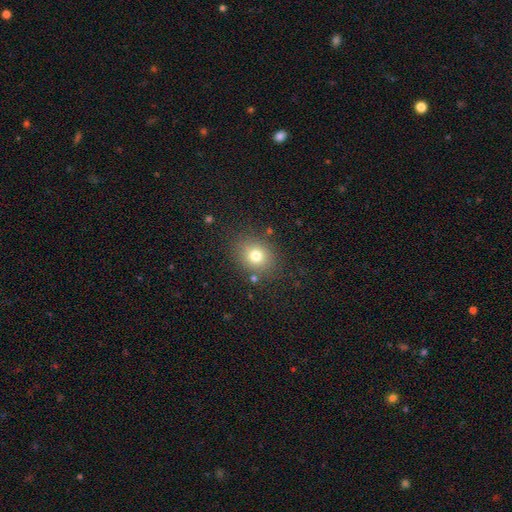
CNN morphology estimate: This is likely a smooth galaxy (76%). How rounded: likely round (62%). Merging: clearly none (82%).